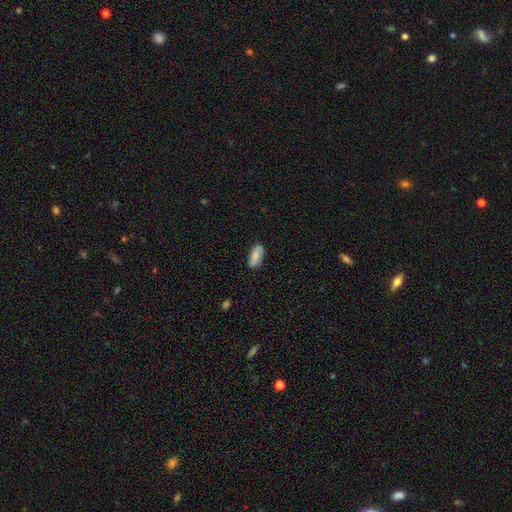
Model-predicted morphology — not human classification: This is clearly a smooth galaxy (82%). How rounded: clearly in between (90%). Merging: clearly none (84%).